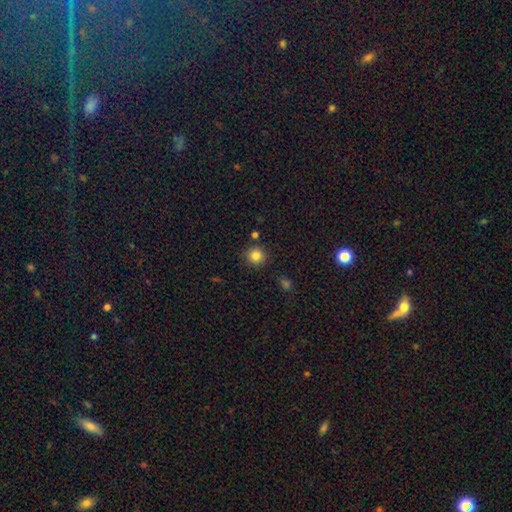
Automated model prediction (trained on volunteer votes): smooth_or_featured: smooth (p=0.83) [alt: star or artifact p=0.11]
how_rounded: round (p=0.92) [alt: in between p=0.07]
merging: none (p=0.85) [alt: minor disturbance p=0.08]